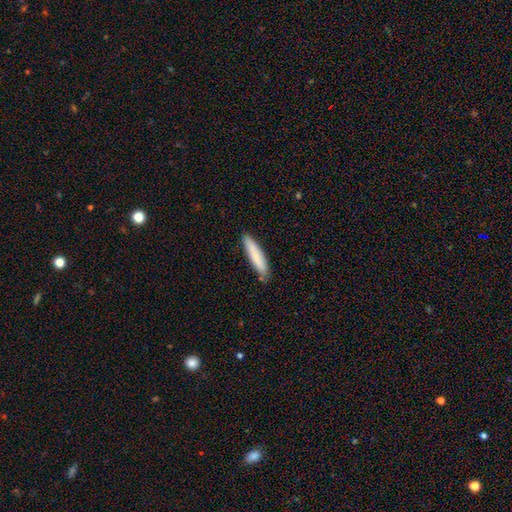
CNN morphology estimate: smooth-or-featured: smooth: 82% | featured or disk: 12% | star or artifact: 6%
  how-rounded: cigar-shaped: 86% | in between: 13% | round: 1%
  merging: none: 85% | minor disturbance: 12% | major disturbance: 2% | merger: 1%